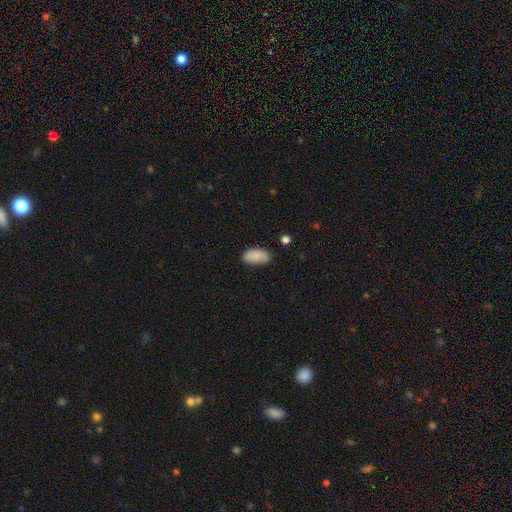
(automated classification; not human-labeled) Smooth or featured? smooth (84%)
How rounded? in between (94%)
Merging? none (75%)